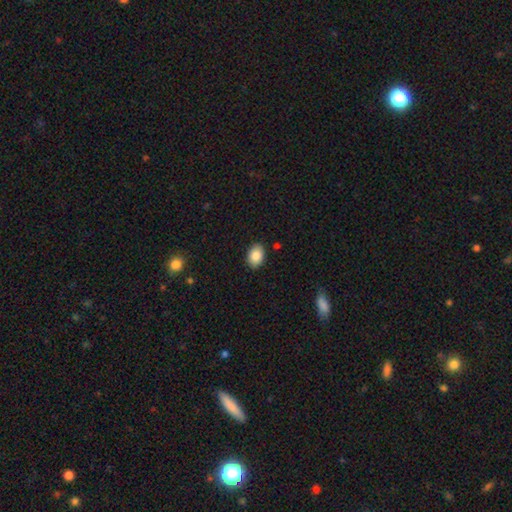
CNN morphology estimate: Overall: smooth (86%). How rounded: in between (81%). Merging: none (88%).